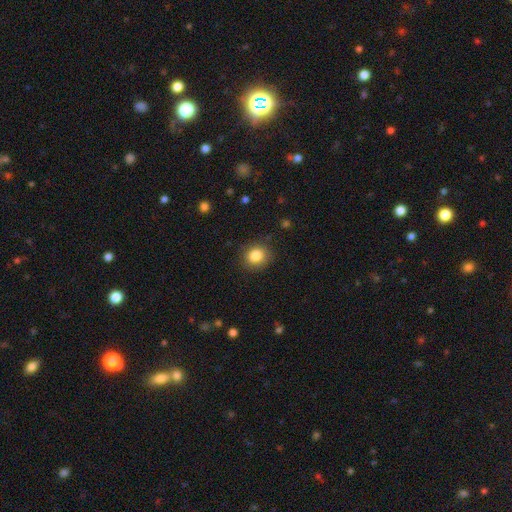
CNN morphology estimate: This is clearly a smooth galaxy (84%). How rounded: clearly round (80%). Merging: clearly none (87%).